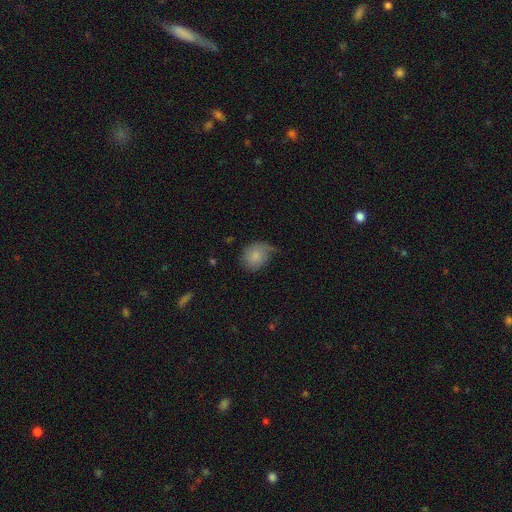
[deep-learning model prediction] The model was most divided on "merging": none: 41%, minor disturbance: 37%, major disturbance: 20%, merger: 2%. More confident: smooth or featured — smooth (76%); how rounded — round (59%).